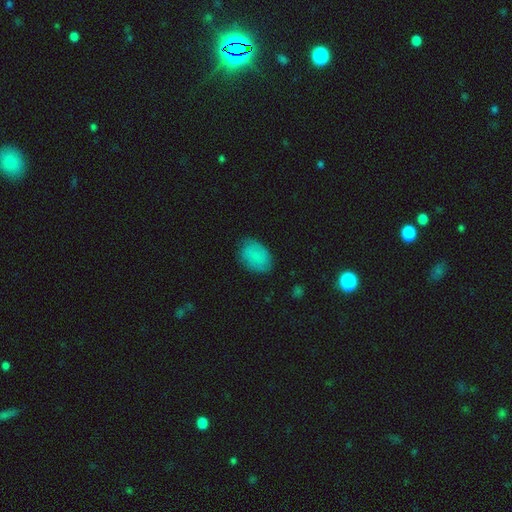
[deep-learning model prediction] Smooth or featured: smooth — 77% (featured or disk — 14%)
How rounded: in between — 83% (round — 15%)
Merging: none — 77% (minor disturbance — 18%)